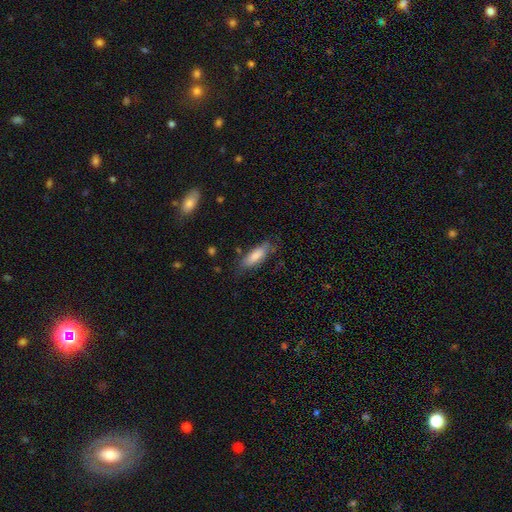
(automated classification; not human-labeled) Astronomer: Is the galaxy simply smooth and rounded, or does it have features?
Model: smooth — 79%.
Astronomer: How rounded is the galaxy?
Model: in between — 61% (runner-up: cigar-shaped, 37%).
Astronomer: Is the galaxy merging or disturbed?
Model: none — 68%.